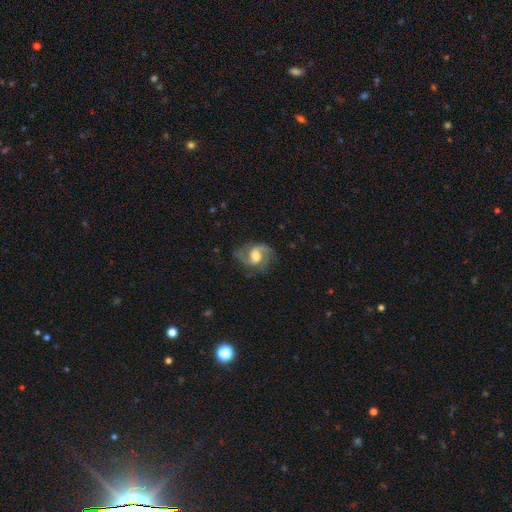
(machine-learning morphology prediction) Smooth or featured: featured or disk — 85% (smooth — 10%)
Edge-on disk: no — 98% (yes — 2%)
Bar: weak — 49% (no — 35%)
Spiral arms: yes — 96% (no — 4%)
Spiral winding: medium — 56% (loose — 25%)
Spiral arm count: 2 — 82% (3 — 8%)
Bulge size: moderate — 60% (large — 22%)
Merging: none — 70% (minor disturbance — 18%)